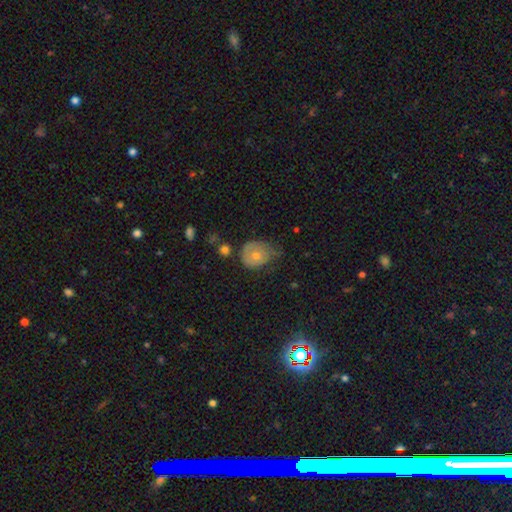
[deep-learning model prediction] Smooth or featured? smooth (51%)
How rounded? round (60%)
Merging? minor disturbance (40%)